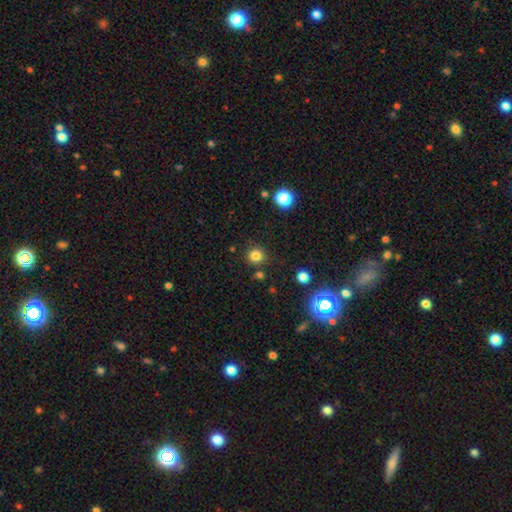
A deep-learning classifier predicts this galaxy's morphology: smooth_or_featured: smooth (p=0.80) [alt: star or artifact p=0.15]
how_rounded: round (p=0.91) [alt: in between p=0.08]
merging: none (p=0.84) [alt: minor disturbance p=0.09]